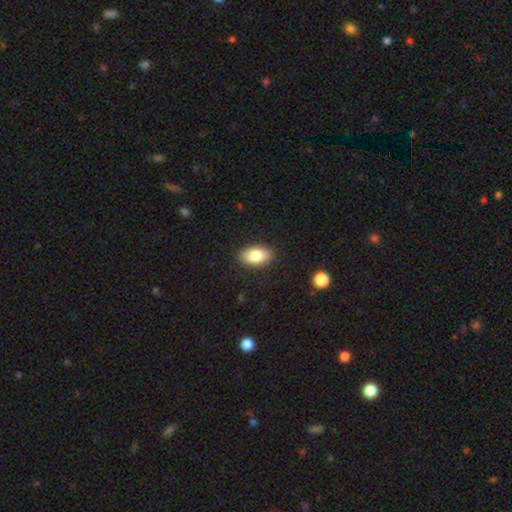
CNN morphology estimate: The model was most divided on "smooth or featured": smooth: 84%, featured or disk: 9%, star or artifact: 7%. More confident: how rounded — in between (92%); merging — none (89%).